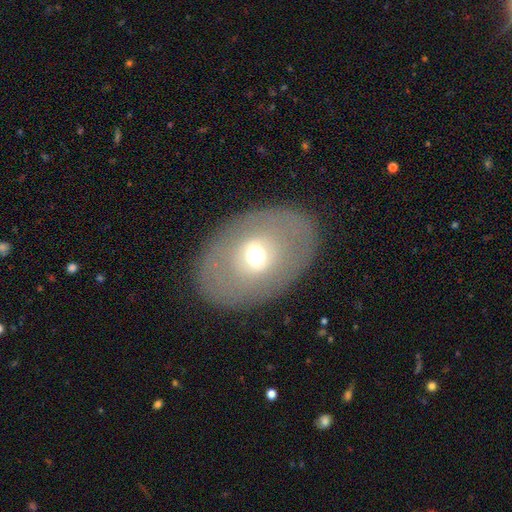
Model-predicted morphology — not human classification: type=featured or disk (51%); edge-on=no (87%); merging=none (82%).